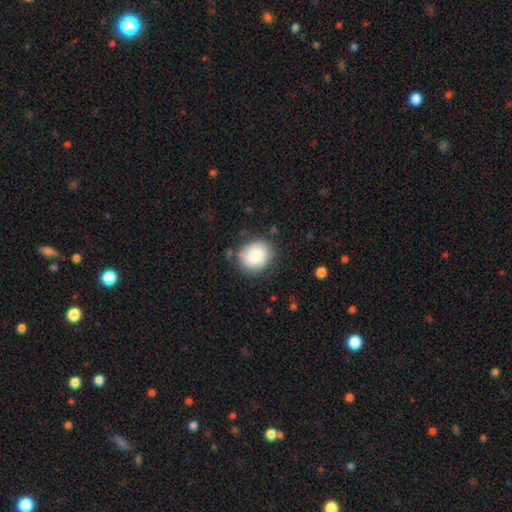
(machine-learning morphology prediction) Smooth or featured? smooth (83%)
How rounded? round (68%)
Merging? none (77%)